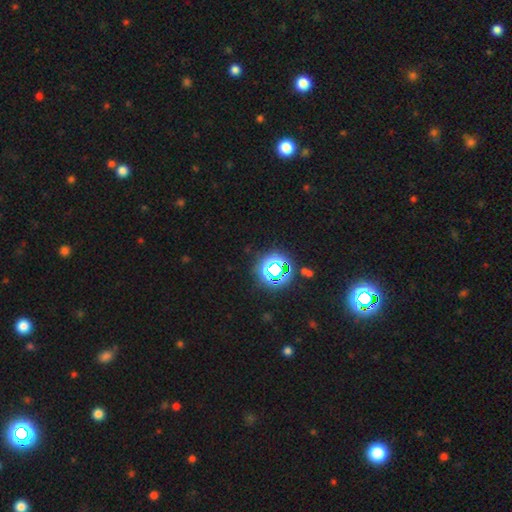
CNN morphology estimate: The model was most divided on "smooth or featured": star or artifact: 73%, smooth: 20%, featured or disk: 7%.